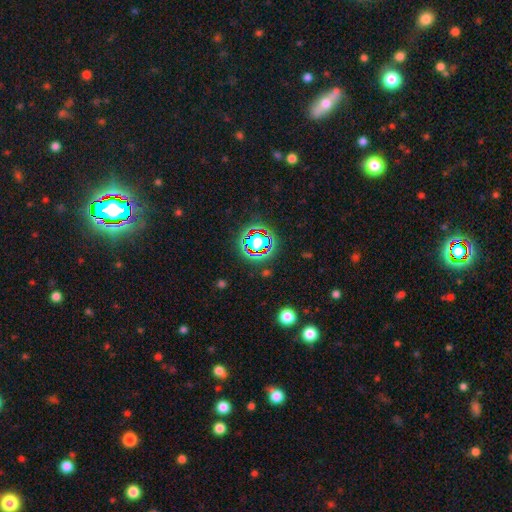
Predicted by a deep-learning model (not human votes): star or artifact 80%, smooth 12%, featured or disk 8%.